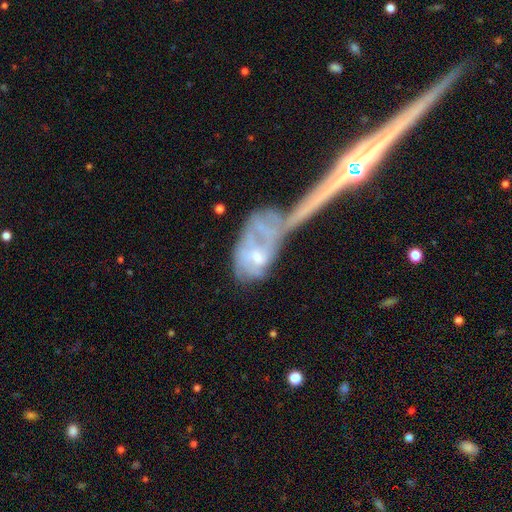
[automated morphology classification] Overall: featured or disk (61%; smooth 31%). Edge-on disk: no (90%). Bar: no (67%). Spiral arms: no (52%; yes 48%). Bulge size: moderate (41%; small 39%). Merging: merger (58%; major disturbance 19%).